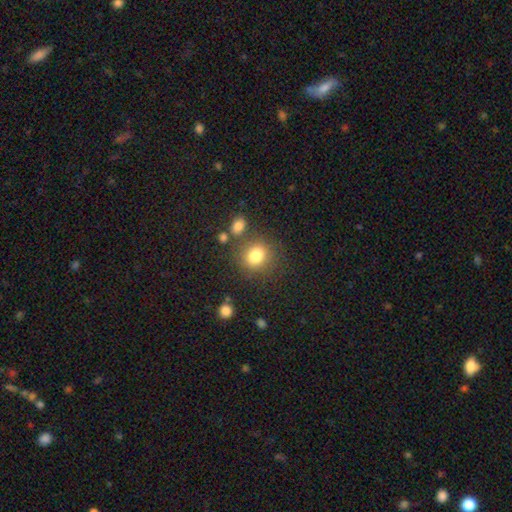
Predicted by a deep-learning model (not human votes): smooth-or-featured: smooth: 81% | star or artifact: 11% | featured or disk: 8%
  how-rounded: round: 77% | in between: 22% | cigar-shaped: 1%
  merging: none: 76% | minor disturbance: 11% | merger: 8% | major disturbance: 5%